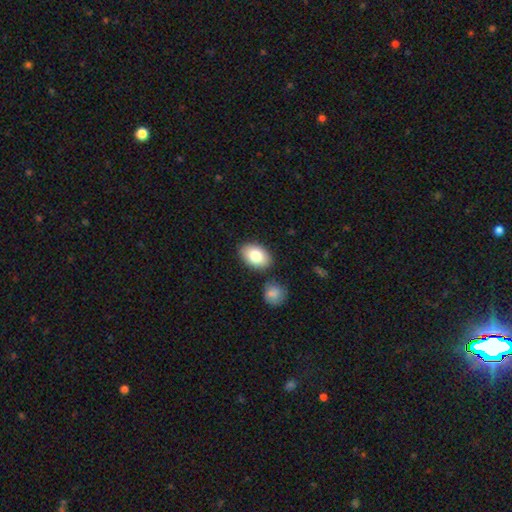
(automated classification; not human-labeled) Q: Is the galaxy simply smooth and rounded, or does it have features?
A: smooth — 82%.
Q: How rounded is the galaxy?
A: in between — 87%.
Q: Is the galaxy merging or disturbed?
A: none — 82%.